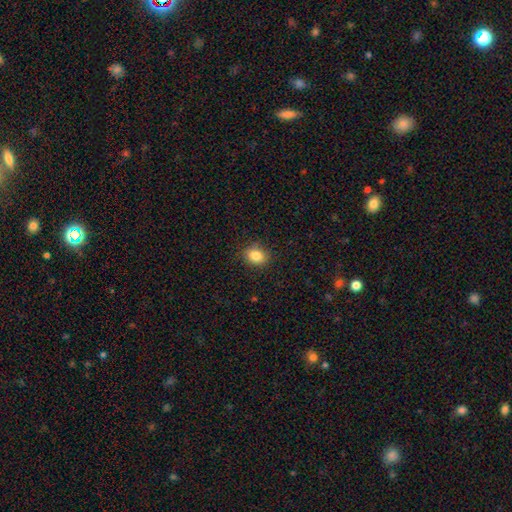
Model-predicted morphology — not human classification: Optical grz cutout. It shows a smooth galaxy with no disk features (86%) that is in between round and cigar-shaped (55%). Merging: none (86%).